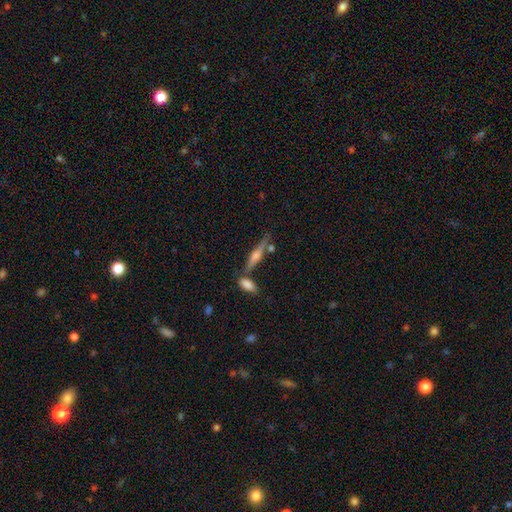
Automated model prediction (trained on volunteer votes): Smooth or featured? featured or disk (61%)
Edge-on disk? yes (95%)
Edge-on bulge? rounded (86%)
Merging? none (69%)